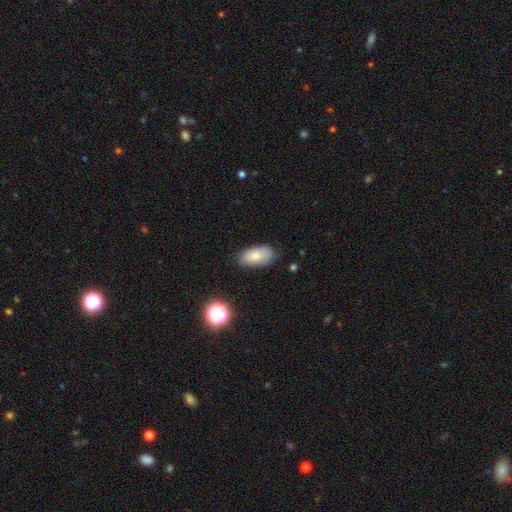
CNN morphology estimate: A smooth galaxy with no disk features (78%) that is in between round and cigar-shaped (93%). Merging: none (79%).